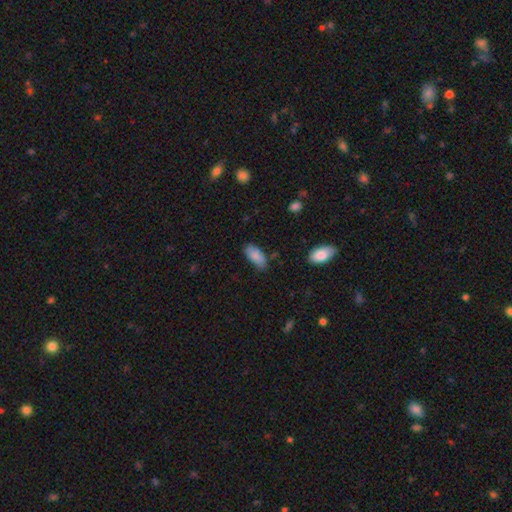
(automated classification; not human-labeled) smooth-or-featured: smooth: 85% | featured or disk: 8% | star or artifact: 7%
  how-rounded: in between: 89% | cigar-shaped: 9% | round: 2%
  merging: none: 67% | minor disturbance: 26% | major disturbance: 5% | merger: 3%